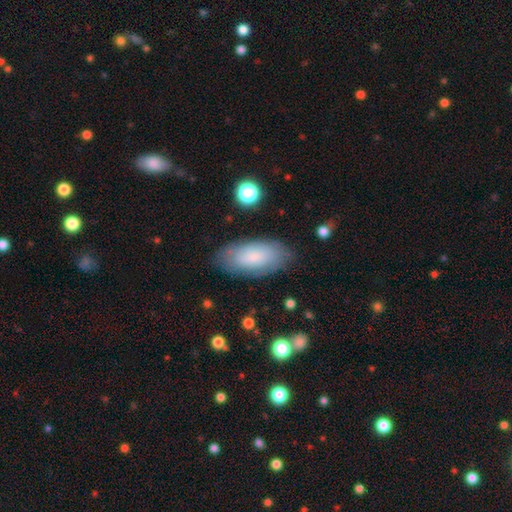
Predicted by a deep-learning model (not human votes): This appears to be a smooth galaxy with no disk features (74%) that is in between round and cigar-shaped (90%). Merging: none (81%).